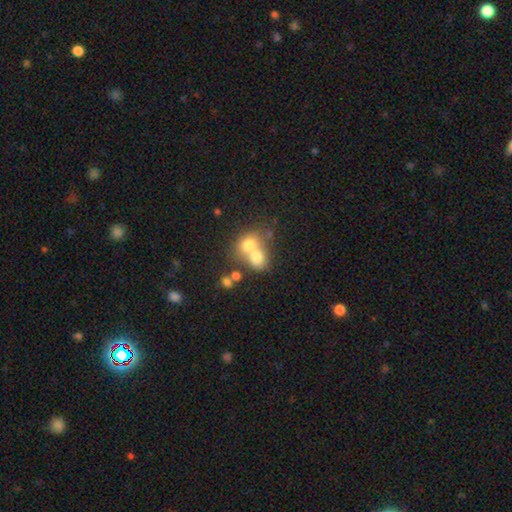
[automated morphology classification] Smooth or featured? Predicted: smooth (p=0.71). How rounded? Predicted: round (p=0.54). Merging? Predicted: merger (p=0.68).